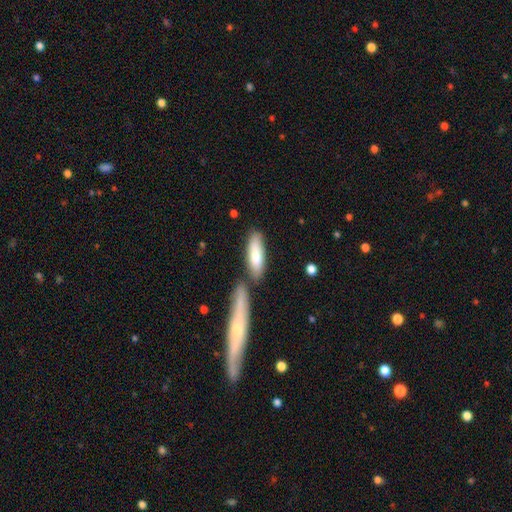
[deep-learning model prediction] A smooth galaxy with no disk features (80%) that is in between round and cigar-shaped (54%). Merging: none (62%).